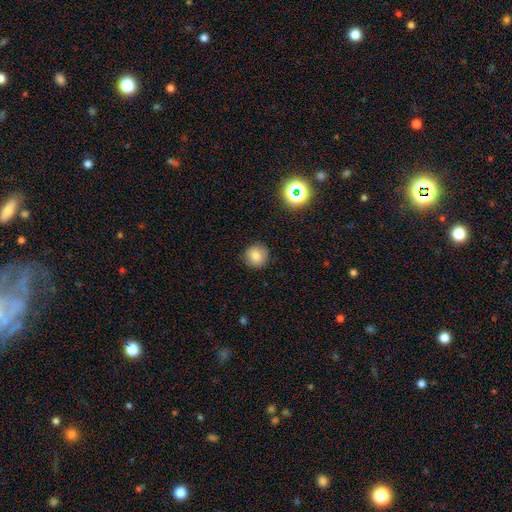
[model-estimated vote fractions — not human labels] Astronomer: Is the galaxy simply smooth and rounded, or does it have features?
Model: smooth — 80%.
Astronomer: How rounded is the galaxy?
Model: round — 94%.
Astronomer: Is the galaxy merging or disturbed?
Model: none — 90%.